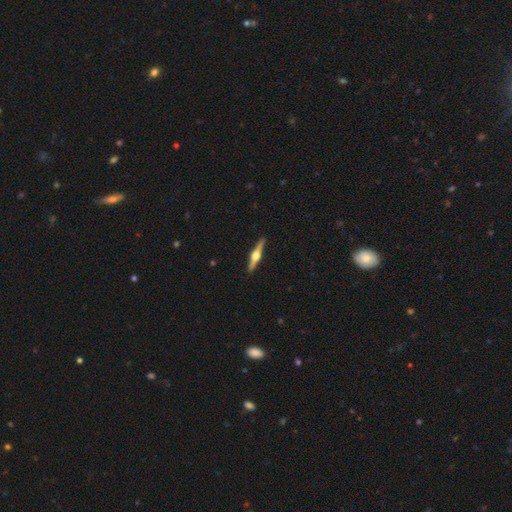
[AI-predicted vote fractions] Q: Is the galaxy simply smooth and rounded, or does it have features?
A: featured or disk — 80%.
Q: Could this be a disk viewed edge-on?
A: yes — 98%.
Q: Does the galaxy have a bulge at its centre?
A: rounded — 96%.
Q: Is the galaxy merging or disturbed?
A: none — 92%.